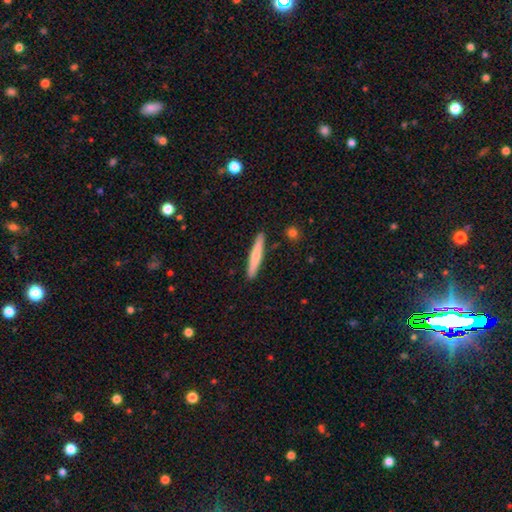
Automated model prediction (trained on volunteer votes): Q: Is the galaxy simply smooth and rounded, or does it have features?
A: smooth — 66%.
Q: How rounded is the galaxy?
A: cigar-shaped — 94%.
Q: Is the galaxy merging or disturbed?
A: none — 90%.